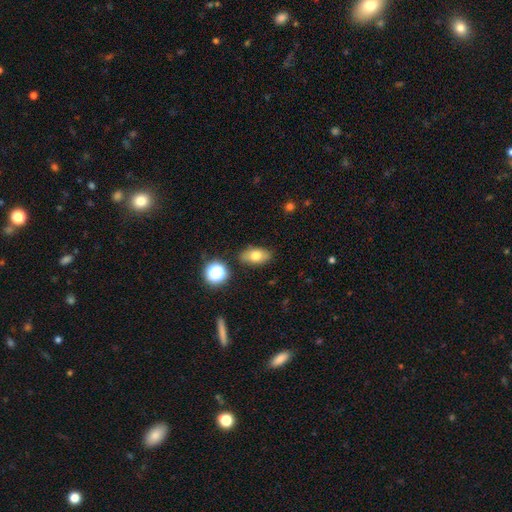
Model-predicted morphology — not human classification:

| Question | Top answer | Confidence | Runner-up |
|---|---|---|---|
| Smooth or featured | smooth | 74% | featured or disk (16%) |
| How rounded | in between | 86% | round (10%) |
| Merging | none | 84% | minor disturbance (11%) |